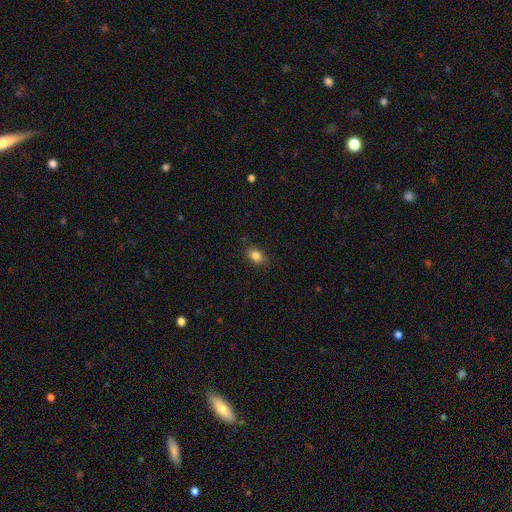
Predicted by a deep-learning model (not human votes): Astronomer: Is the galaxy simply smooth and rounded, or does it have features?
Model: smooth — 84%.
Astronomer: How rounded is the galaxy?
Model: in between — 77%.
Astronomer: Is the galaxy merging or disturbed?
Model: none — 84%.